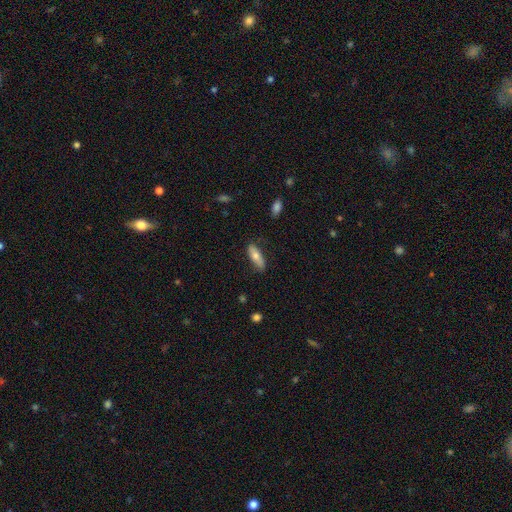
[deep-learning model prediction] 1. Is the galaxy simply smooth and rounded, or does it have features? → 68% smooth, 26% featured or disk, 6% star or artifact.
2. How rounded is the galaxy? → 56% in between, 42% cigar-shaped, 2% round.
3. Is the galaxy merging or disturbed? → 80% none, 15% minor disturbance, 3% major disturbance, 1% merger.